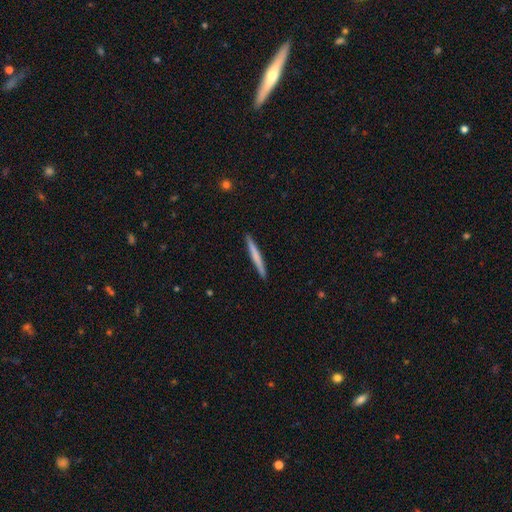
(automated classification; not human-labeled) A smooth galaxy with no disk features (62%) that is cigar-shaped (97%).

Vote fractions:
- Smooth or featured? smooth: 62% / featured or disk: 32% / star or artifact: 5%
- How rounded? cigar-shaped: 97% / in between: 2% / round: 1%
- Merging? none: 92% / minor disturbance: 5% / major disturbance: 1% / merger: 1%